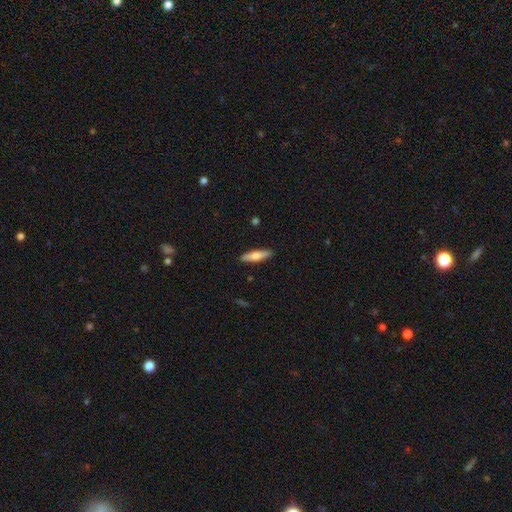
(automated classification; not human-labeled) Q: Smooth or featured?
A: smooth (60%); runner-up: featured or disk (35%)
Q: How rounded?
A: cigar-shaped (74%); runner-up: in between (24%)
Q: Merging?
A: none (90%); runner-up: minor disturbance (7%)